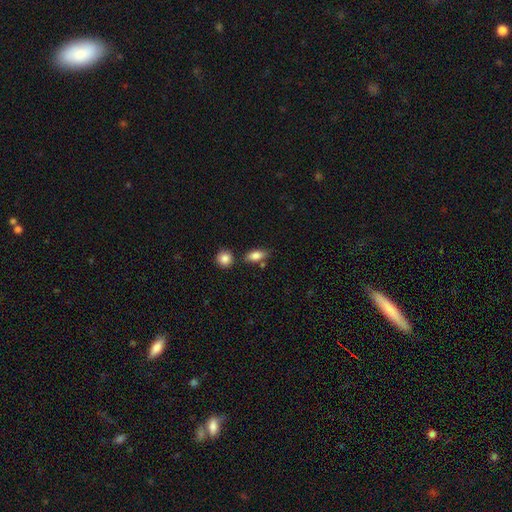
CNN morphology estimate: smooth 82%, featured or disk 10%, star or artifact 8%. Down the decision tree: how rounded — in between (83%); merging — none (74%).